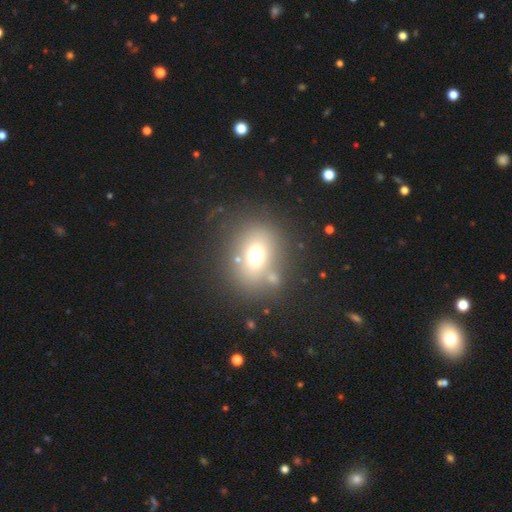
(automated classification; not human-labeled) Smooth or featured? Predicted: smooth (p=0.66). How rounded? Predicted: round (p=0.61). Merging? Predicted: none (p=0.72).